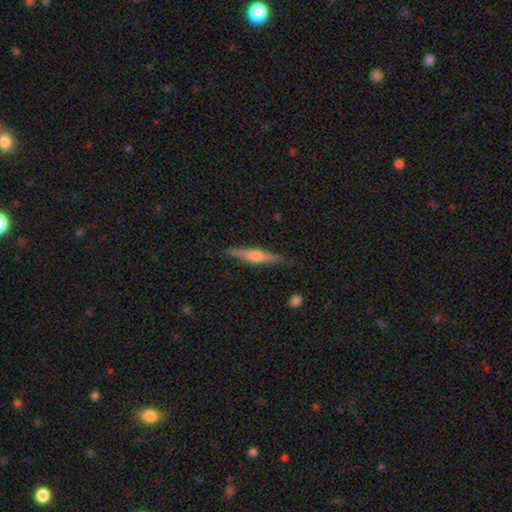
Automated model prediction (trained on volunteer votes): Q: Smooth or featured?
A: featured or disk (64%); runner-up: smooth (30%)
Q: Edge-on disk?
A: yes (97%); runner-up: no (3%)
Q: Edge-on bulge?
A: rounded (87%); runner-up: none (7%)
Q: Merging?
A: none (87%); runner-up: minor disturbance (10%)